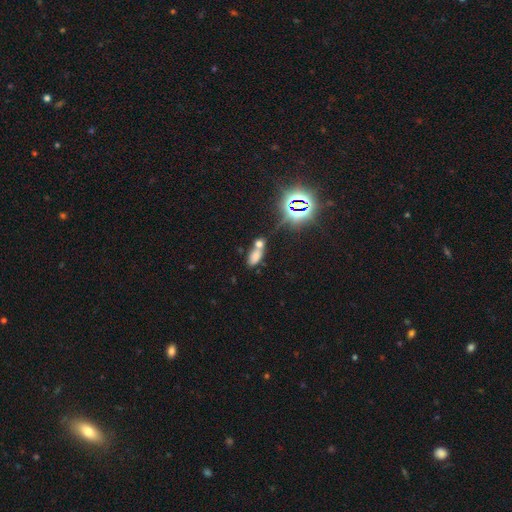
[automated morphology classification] smooth_or_featured: smooth (p=0.63) [alt: star or artifact p=0.24]
how_rounded: in between (p=0.80) [alt: cigar-shaped p=0.13]
merging: merger (p=0.49) [alt: none p=0.33]